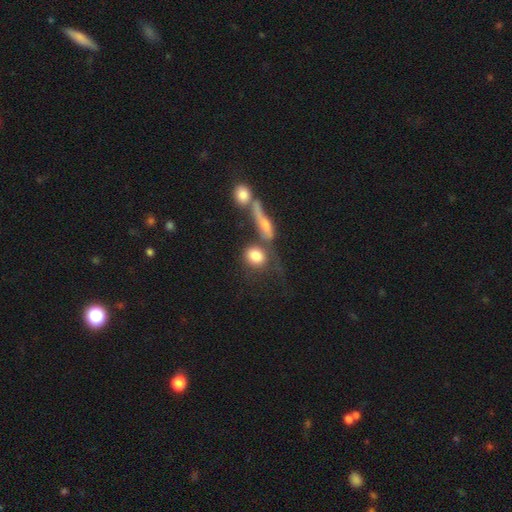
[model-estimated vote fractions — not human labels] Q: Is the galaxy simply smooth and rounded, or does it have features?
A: smooth — 78%.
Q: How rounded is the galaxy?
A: round — 57%.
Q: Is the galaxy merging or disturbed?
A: none — 42%.